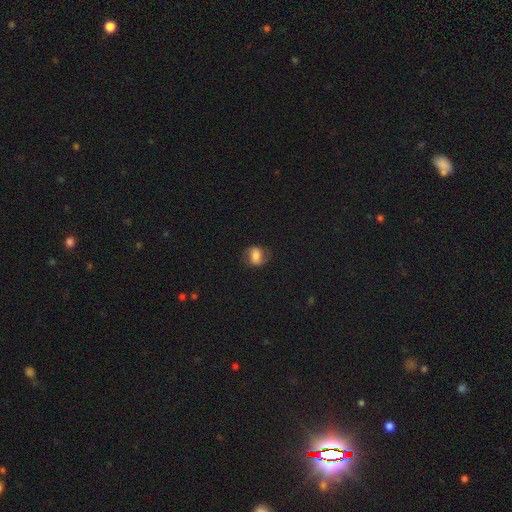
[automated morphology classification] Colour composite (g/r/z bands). It shows a smooth galaxy with no disk features (62%) that is in between round and cigar-shaped (54%). Merging: none (70%).